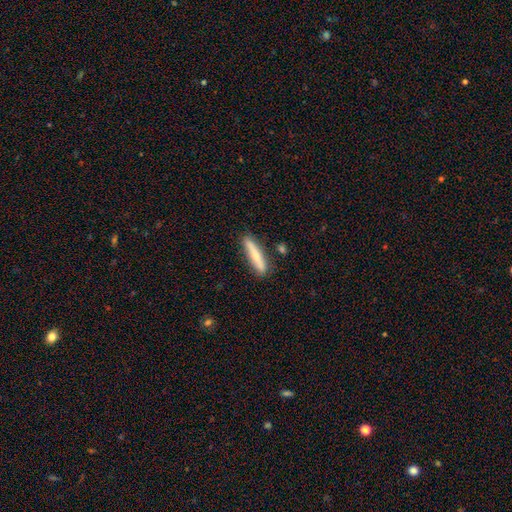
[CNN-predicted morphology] A smooth galaxy with no disk features (68%) that is cigar-shaped (90%). Merging: none (84%).